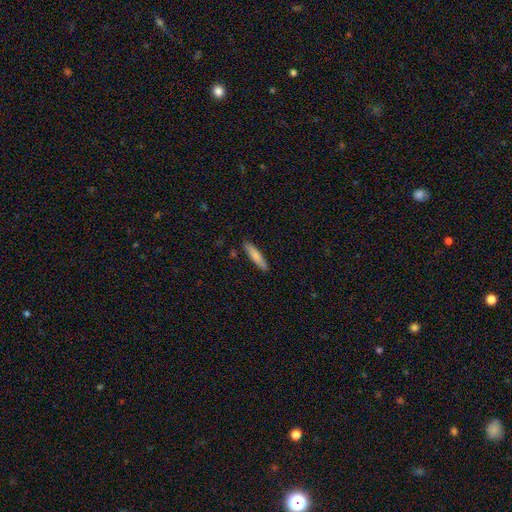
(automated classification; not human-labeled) This is likely a smooth galaxy (79%). How rounded: clearly cigar-shaped (83%). Merging: clearly none (87%).